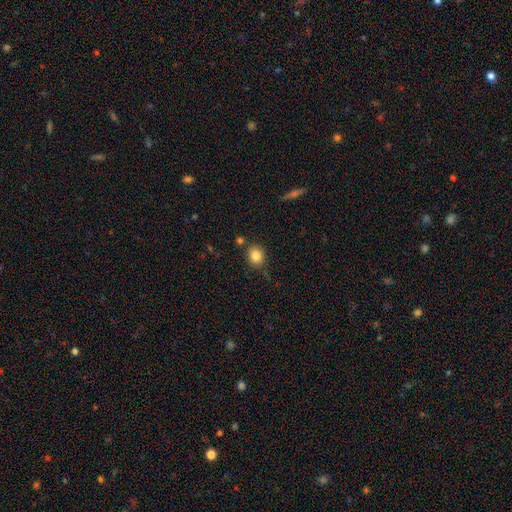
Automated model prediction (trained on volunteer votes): A smooth galaxy with no disk features (84%) that is round (70%). Merging: none (79%).